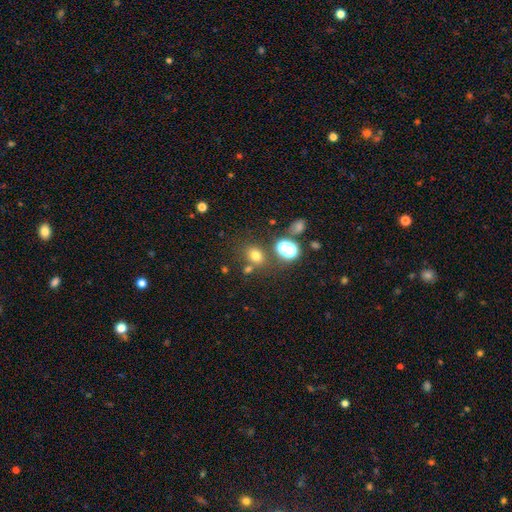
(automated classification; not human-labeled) Smooth or featured?
  - smooth: 69% *
  - star or artifact: 22%
  - featured or disk: 9%
How rounded?
  - round: 53% *
  - in between: 46%
  - cigar-shaped: 1%
Merging?
  - none: 69% *
  - merger: 13%
  - minor disturbance: 12%
  - major disturbance: 5%